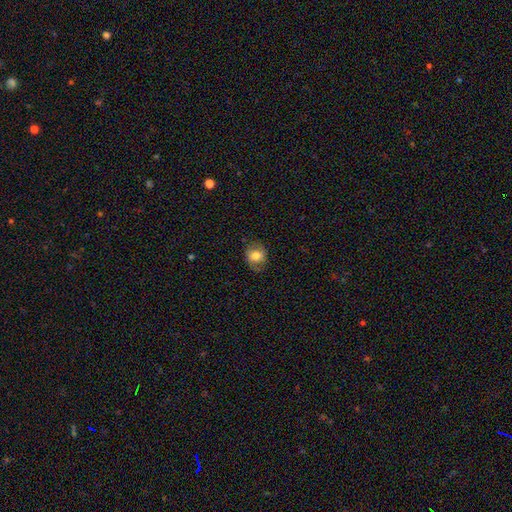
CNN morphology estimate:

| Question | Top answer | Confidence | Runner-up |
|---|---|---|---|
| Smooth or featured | smooth | 73% | featured or disk (18%) |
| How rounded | round | 62% | in between (37%) |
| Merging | none | 75% | minor disturbance (18%) |